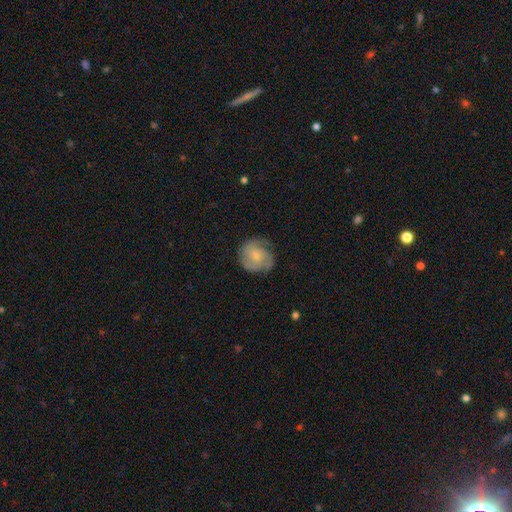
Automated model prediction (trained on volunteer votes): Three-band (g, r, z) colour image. It shows a featured or disk galaxy (57%) with no bar (67%), spiral arms (88%) and a small central bulge (59%). Merging: none (68%).